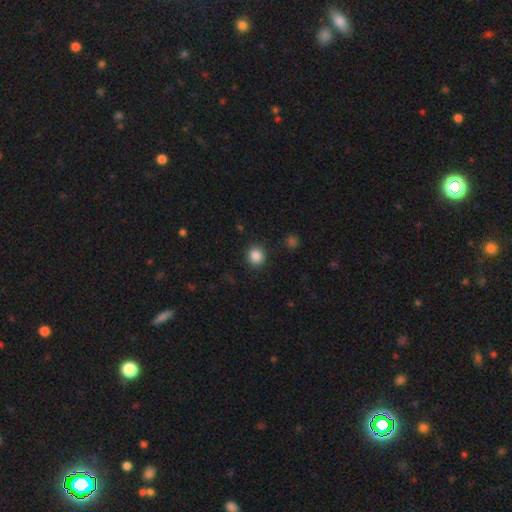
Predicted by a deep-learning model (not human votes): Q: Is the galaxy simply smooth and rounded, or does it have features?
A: smooth — 86%.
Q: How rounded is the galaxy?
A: round — 88%.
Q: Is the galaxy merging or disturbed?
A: none — 89%.